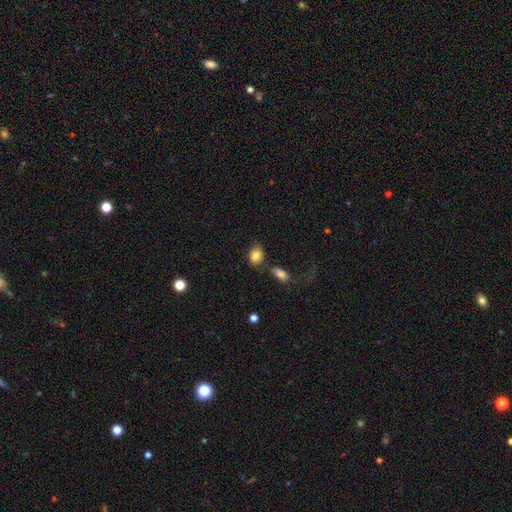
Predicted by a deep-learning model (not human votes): smooth-or-featured: smooth: 82% | featured or disk: 10% | star or artifact: 8%
  how-rounded: in between: 73% | round: 25% | cigar-shaped: 1%
  merging: none: 53% | minor disturbance: 24% | merger: 14% | major disturbance: 9%